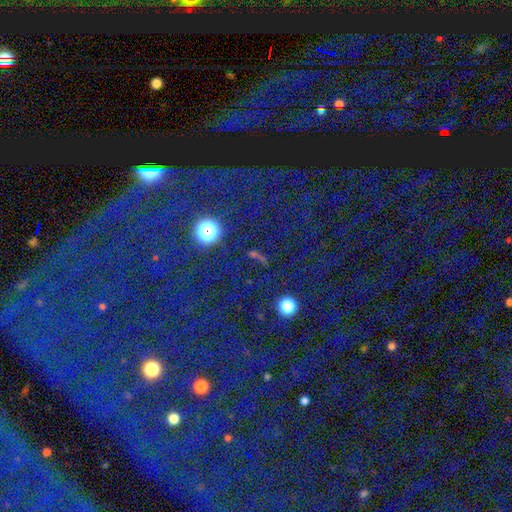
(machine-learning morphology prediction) Overall: star or artifact (72%).